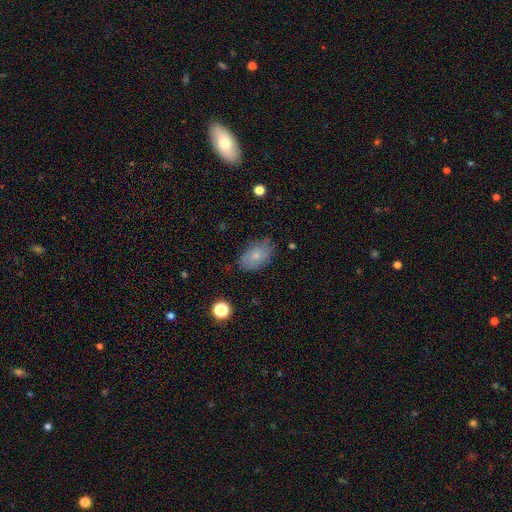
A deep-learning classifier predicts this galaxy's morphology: type=smooth (70%); roundness=in between (89%); merging=none (72%).